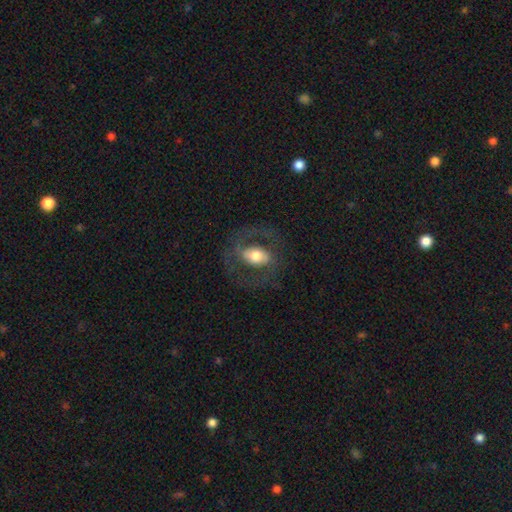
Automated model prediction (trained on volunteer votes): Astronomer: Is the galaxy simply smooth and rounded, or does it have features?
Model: featured or disk — 60%.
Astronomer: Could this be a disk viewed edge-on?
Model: no — 95%.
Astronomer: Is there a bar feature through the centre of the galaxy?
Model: no — 43% (runner-up: weak, 34%).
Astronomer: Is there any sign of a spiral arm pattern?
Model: yes — 62% (runner-up: no, 38%).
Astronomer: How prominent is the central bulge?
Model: moderate — 59%.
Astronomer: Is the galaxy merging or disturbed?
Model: none — 70%.